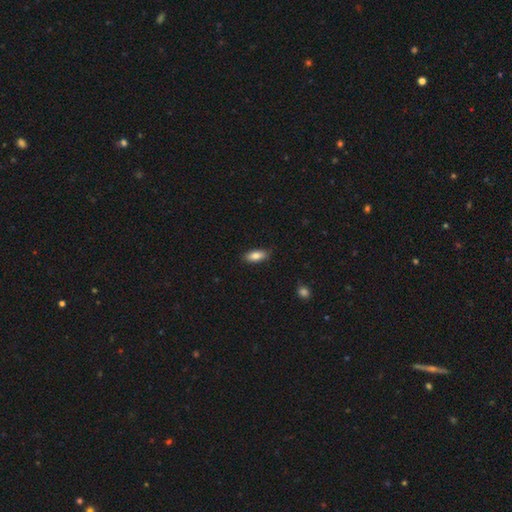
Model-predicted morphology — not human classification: smooth 84%, featured or disk 9%, star or artifact 7%. Down the decision tree: how rounded — in between (84%); merging — none (85%).